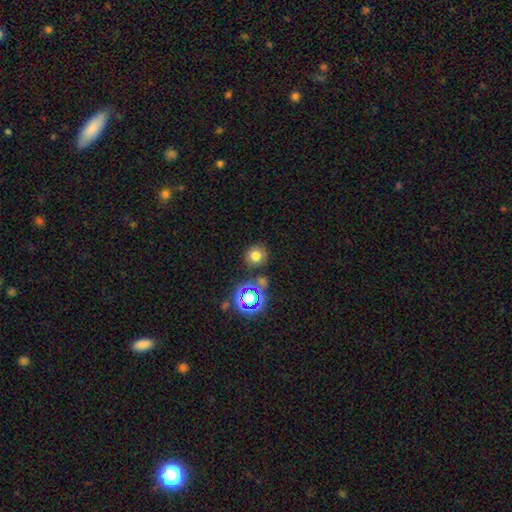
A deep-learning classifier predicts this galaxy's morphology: A smooth galaxy with no disk features (70%) that is round (88%).

Vote fractions:
- Smooth or featured? smooth: 70% / star or artifact: 21% / featured or disk: 9%
- How rounded? round: 88% / in between: 11% / cigar-shaped: 1%
- Merging? none: 78% / minor disturbance: 10% / merger: 8% / major disturbance: 4%